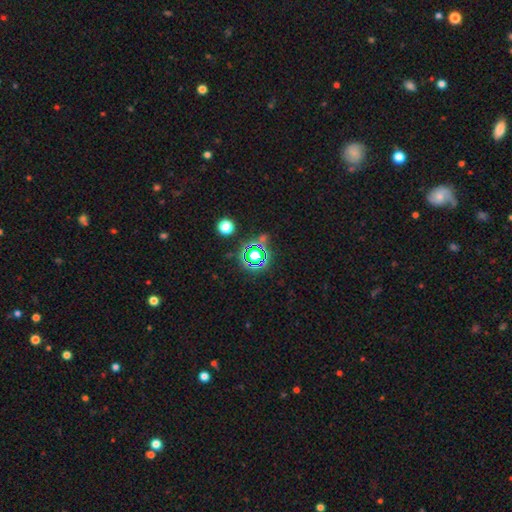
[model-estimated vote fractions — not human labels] A star or artifact, not a galaxy (58%).